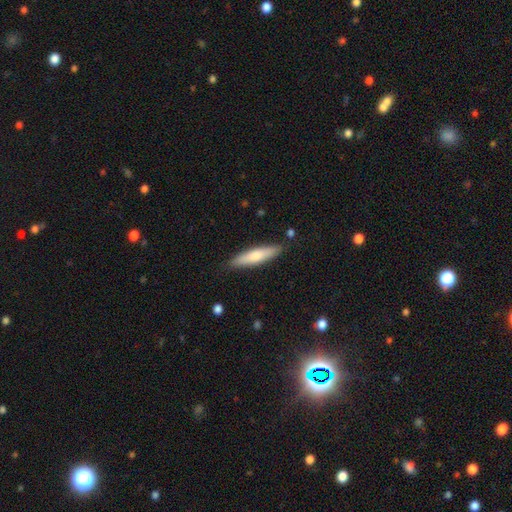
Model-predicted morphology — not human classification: Q: Smooth or featured?
A: smooth (68%); runner-up: featured or disk (27%)
Q: How rounded?
A: cigar-shaped (80%); runner-up: in between (19%)
Q: Merging?
A: none (85%); runner-up: minor disturbance (11%)